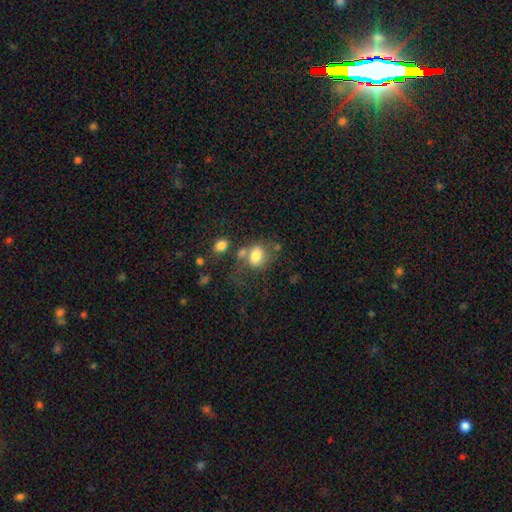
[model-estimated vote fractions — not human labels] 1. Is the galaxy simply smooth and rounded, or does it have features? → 73% smooth, 18% featured or disk, 10% star or artifact.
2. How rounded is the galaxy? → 59% in between, 39% round, 1% cigar-shaped.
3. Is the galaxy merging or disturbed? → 41% none, 26% merger, 18% minor disturbance, 15% major disturbance.